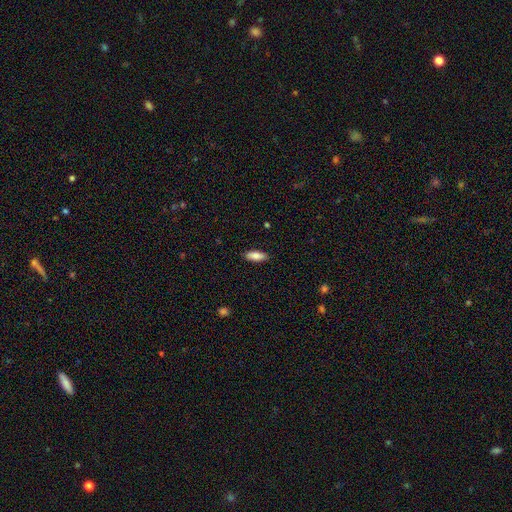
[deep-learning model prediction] A smooth galaxy with no disk features (83%) that is in between round and cigar-shaped (73%).

Vote fractions:
- Smooth or featured? smooth: 83% / featured or disk: 11% / star or artifact: 6%
- How rounded? in between: 73% / cigar-shaped: 25% / round: 2%
- Merging? none: 86% / minor disturbance: 11% / major disturbance: 2% / merger: 1%